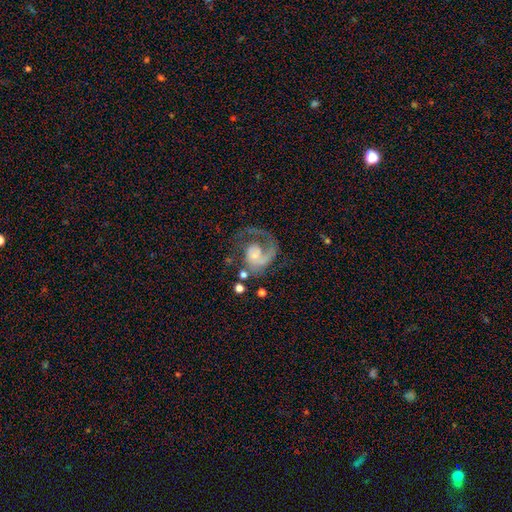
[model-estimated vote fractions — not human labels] Overall: featured or disk (79%). Edge-on disk: no (98%). Bar: no (76%). Spiral arms: yes (91%). Spiral arm count: 1 (81%). Spiral winding: medium (40%; loose 31%). Bulge size: small (51%; moderate 27%). Merging: none (41%; major disturbance 39%).